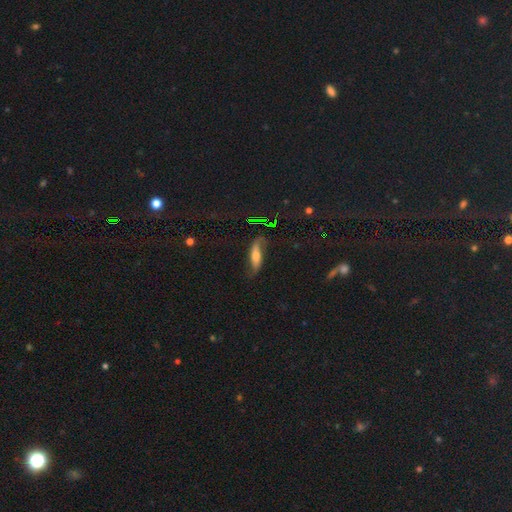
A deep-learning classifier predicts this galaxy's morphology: Smooth or featured?
  - featured or disk: 53% *
  - smooth: 35%
  - star or artifact: 12%
Edge-on disk?
  - no: 63% *
  - yes: 37%
Merging?
  - none: 63% *
  - minor disturbance: 23%
  - major disturbance: 11%
  - merger: 3%